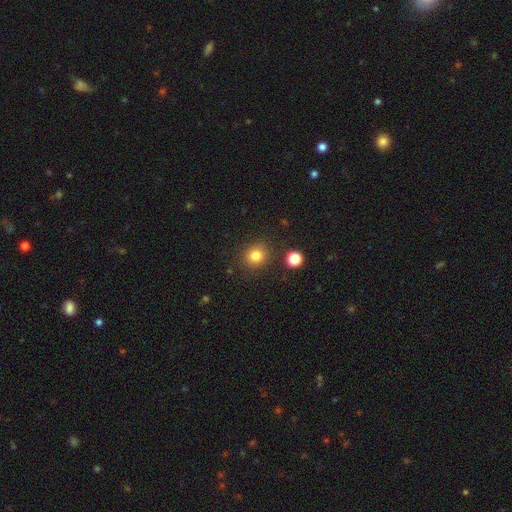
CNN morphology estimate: smooth 82%, star or artifact 12%, featured or disk 6%. Down the decision tree: how rounded — round (83%); merging — none (86%).